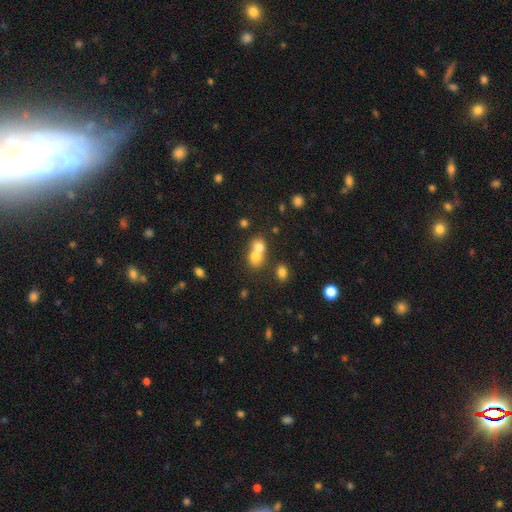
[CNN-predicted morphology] smooth_or_featured: smooth (p=0.72) [alt: featured or disk p=0.16]
how_rounded: round (p=0.60) [alt: in between p=0.38]
merging: merger (p=0.66) [alt: none p=0.26]